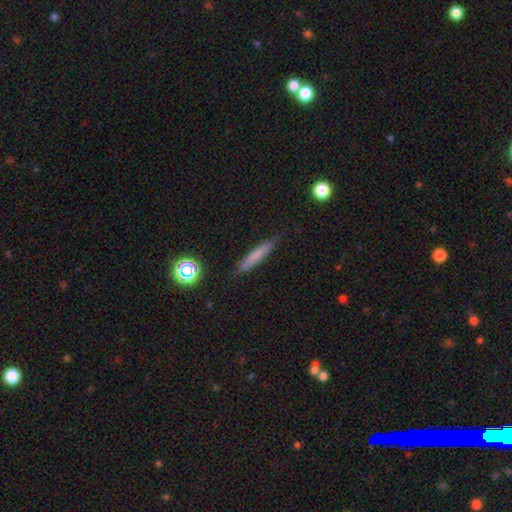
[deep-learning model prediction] This is likely a smooth galaxy (70%). How rounded: clearly cigar-shaped (92%). Merging: clearly none (84%).